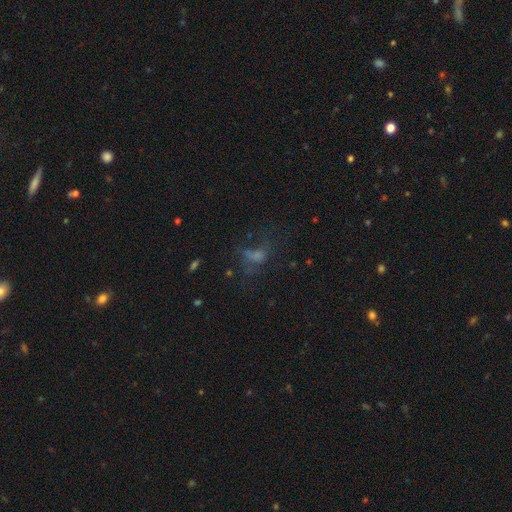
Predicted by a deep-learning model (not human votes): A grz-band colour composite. It shows a smooth galaxy with no disk features (44%). Merging: major disturbance (38%, tied with none).